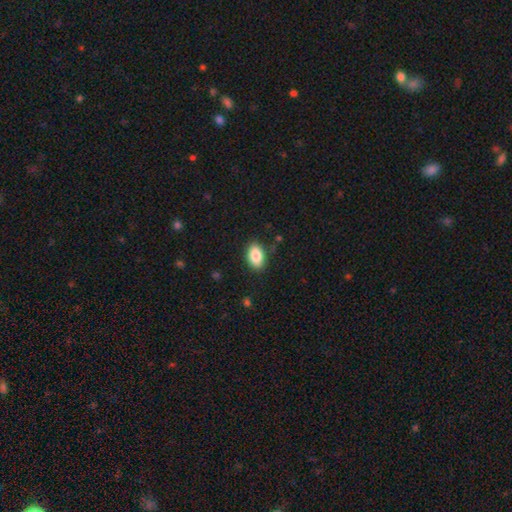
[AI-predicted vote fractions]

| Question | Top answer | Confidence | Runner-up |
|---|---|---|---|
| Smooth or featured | smooth | 86% | star or artifact (7%) |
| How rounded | in between | 89% | round (9%) |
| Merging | none | 86% | minor disturbance (10%) |